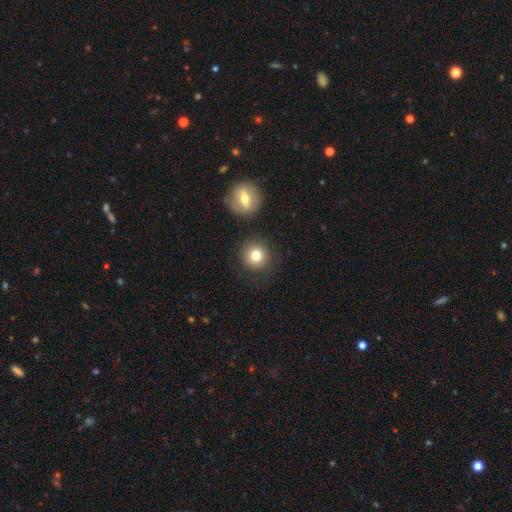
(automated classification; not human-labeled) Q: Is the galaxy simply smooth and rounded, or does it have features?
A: smooth — 77%.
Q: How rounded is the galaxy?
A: round — 92%.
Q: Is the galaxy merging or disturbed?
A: none — 80%.